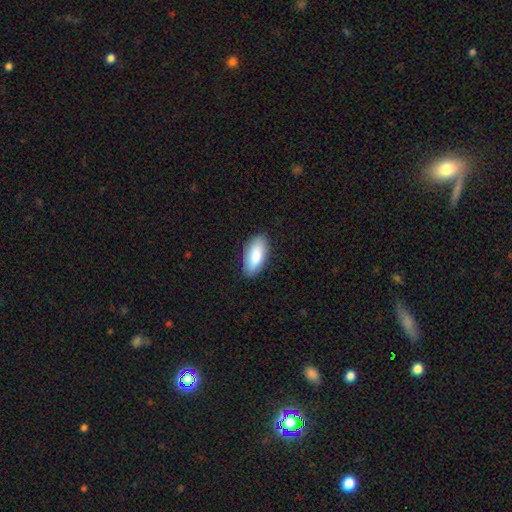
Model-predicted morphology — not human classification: A smooth galaxy with no disk features (85%) that is in between round and cigar-shaped (86%).

Vote fractions:
- Smooth or featured? smooth: 85% / featured or disk: 10% / star or artifact: 6%
- How rounded? in between: 86% / cigar-shaped: 12% / round: 2%
- Merging? none: 87% / minor disturbance: 10% / major disturbance: 2% / merger: 1%